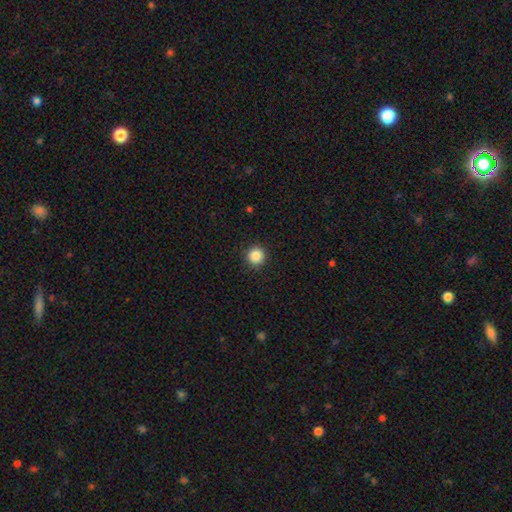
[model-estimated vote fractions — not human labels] Smooth or featured? Predicted: smooth (p=0.87). How rounded? Predicted: round (p=0.96). Merging? Predicted: none (p=0.92).